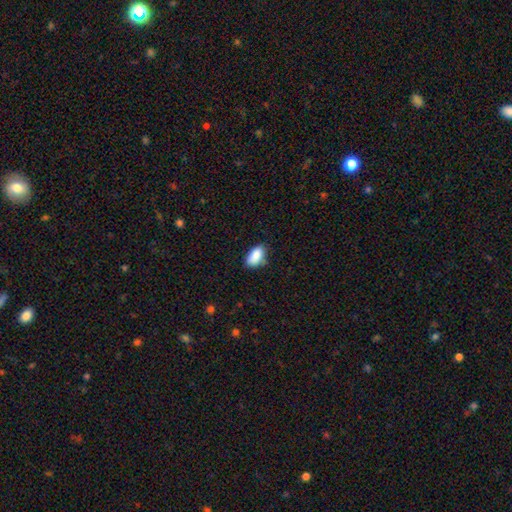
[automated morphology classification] Overall: smooth (87%). How rounded: in between (93%). Merging: none (70%).